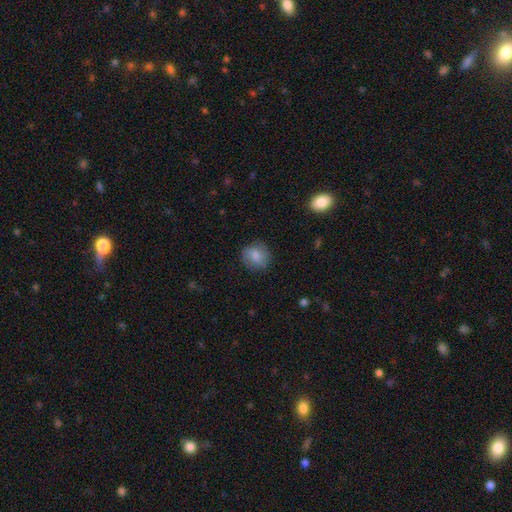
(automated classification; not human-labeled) Q: Smooth or featured?
A: smooth (79%); runner-up: featured or disk (13%)
Q: How rounded?
A: round (82%); runner-up: in between (17%)
Q: Merging?
A: none (82%); runner-up: minor disturbance (13%)